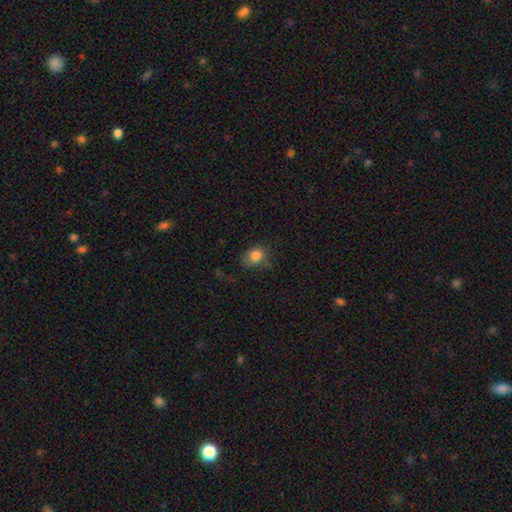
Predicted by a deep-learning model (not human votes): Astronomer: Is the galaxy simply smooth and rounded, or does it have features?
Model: smooth — 83%.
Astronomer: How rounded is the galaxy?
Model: in between — 56% (runner-up: round, 43%).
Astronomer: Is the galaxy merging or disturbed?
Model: none — 64%.